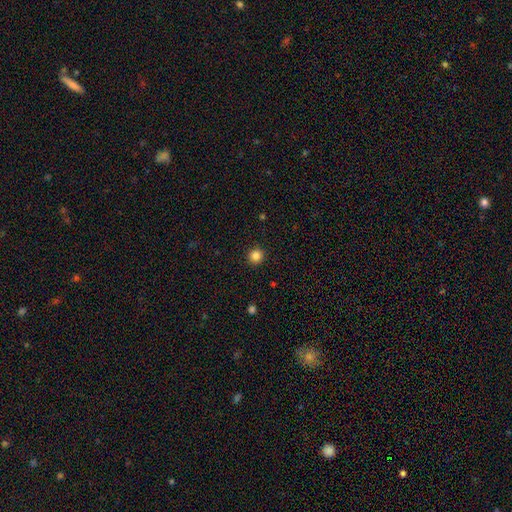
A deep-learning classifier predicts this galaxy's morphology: The model was most divided on "smooth or featured": smooth: 85%, star or artifact: 12%, featured or disk: 4%. More confident: how rounded — round (94%); merging — none (93%).